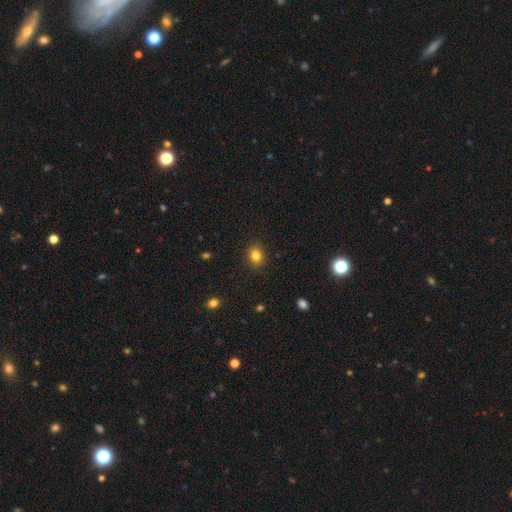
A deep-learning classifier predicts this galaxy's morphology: Smooth or featured? smooth (82%)
How rounded? round (52%)
Merging? none (88%)